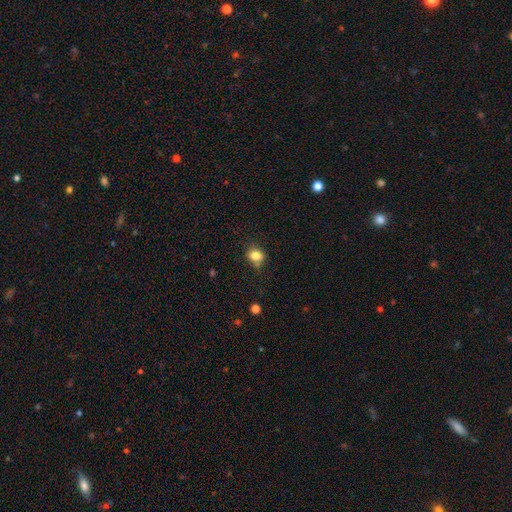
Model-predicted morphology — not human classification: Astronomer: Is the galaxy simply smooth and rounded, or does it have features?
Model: smooth — 82%.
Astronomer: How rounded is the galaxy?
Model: round — 56% (runner-up: in between, 43%).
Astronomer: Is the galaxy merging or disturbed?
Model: none — 69%.